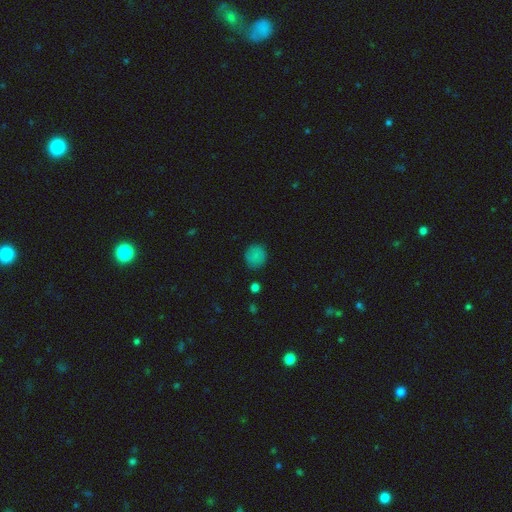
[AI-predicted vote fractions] Smooth or featured?
  - smooth: 82% *
  - star or artifact: 13%
  - featured or disk: 5%
How rounded?
  - round: 86% *
  - in between: 13%
  - cigar-shaped: 1%
Merging?
  - none: 83% *
  - minor disturbance: 12%
  - major disturbance: 3%
  - merger: 2%